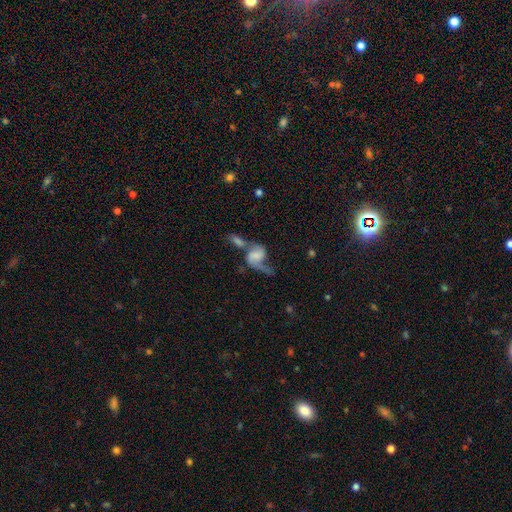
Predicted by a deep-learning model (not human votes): featured or disk 66%, smooth 25%, star or artifact 9%. Down the decision tree: edge-on disk — no (96%); bar — no (51%); spiral arms — yes (87%); spiral arm count — 2 (71%); spiral winding — loose (74%); bulge size — none (40%); merging — merger (51%).